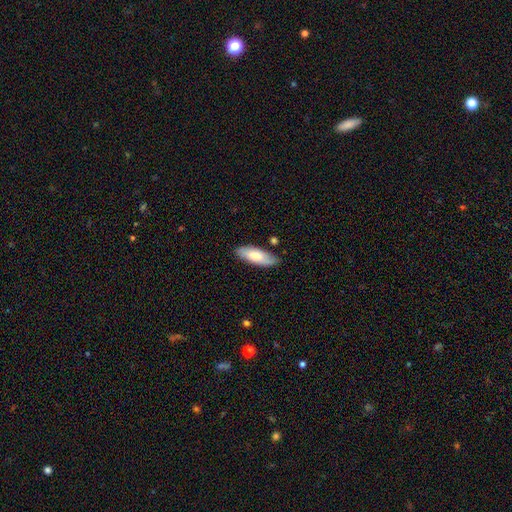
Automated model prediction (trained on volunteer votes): smooth_or_featured: smooth (p=0.75) [alt: featured or disk p=0.20]
how_rounded: in between (p=0.71) [alt: cigar-shaped p=0.27]
merging: none (p=0.80) [alt: minor disturbance p=0.15]